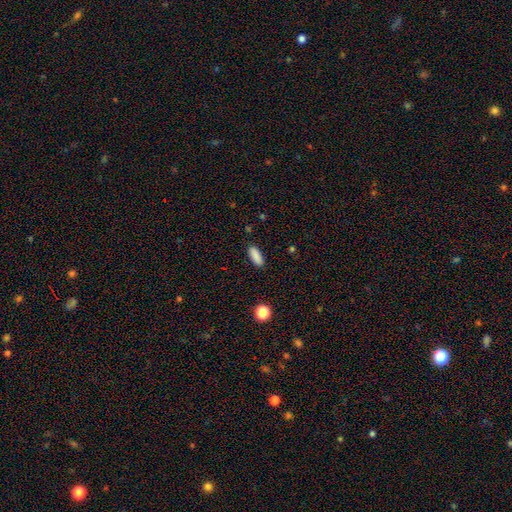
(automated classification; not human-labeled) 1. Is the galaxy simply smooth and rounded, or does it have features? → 88% smooth, 8% star or artifact, 4% featured or disk.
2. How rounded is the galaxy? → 69% in between, 29% cigar-shaped, 2% round.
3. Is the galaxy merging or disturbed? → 88% none, 9% minor disturbance, 2% major disturbance, 1% merger.